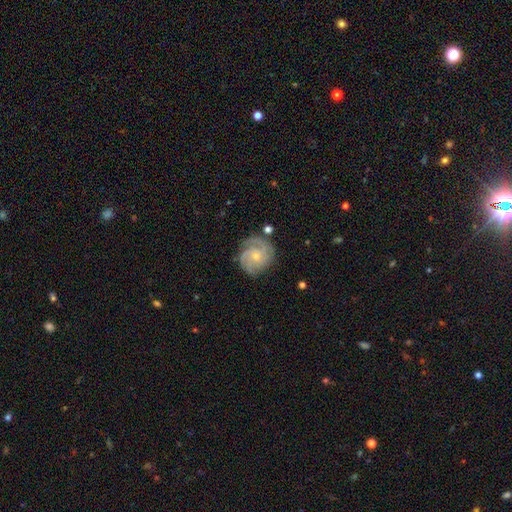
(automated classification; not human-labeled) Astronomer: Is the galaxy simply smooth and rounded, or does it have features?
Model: featured or disk — 85%.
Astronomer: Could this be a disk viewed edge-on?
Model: no — 98%.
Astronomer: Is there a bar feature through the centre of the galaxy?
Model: no — 74%.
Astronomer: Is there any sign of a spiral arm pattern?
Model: yes — 97%.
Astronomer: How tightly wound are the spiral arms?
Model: tight — 63%.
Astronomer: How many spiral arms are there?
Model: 3 — 45% (runner-up: 2, 21%).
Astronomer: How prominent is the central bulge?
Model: small — 71%.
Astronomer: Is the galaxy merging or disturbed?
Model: none — 76%.